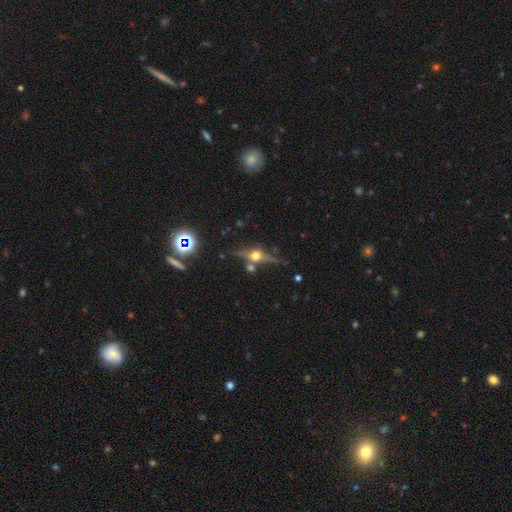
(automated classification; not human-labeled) This appears to be a featured or disk galaxy (74%) viewed edge-on (94%) with a rounded central bulge (96%). Merging: none (76%).